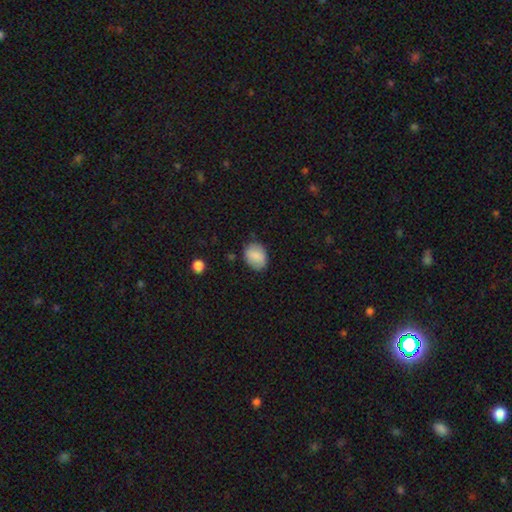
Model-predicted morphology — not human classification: This is clearly a smooth galaxy (84%). How rounded: likely in between (70%). Merging: likely none (78%).